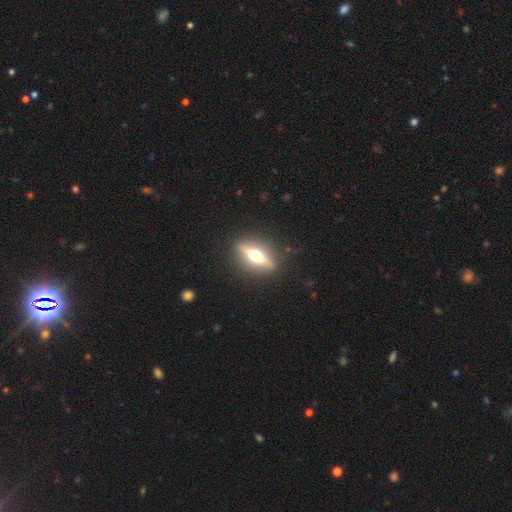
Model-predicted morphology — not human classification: This appears to be a featured or disk galaxy (62%) viewed edge-on (87%) with a rounded central bulge (95%). Merging: none (88%).